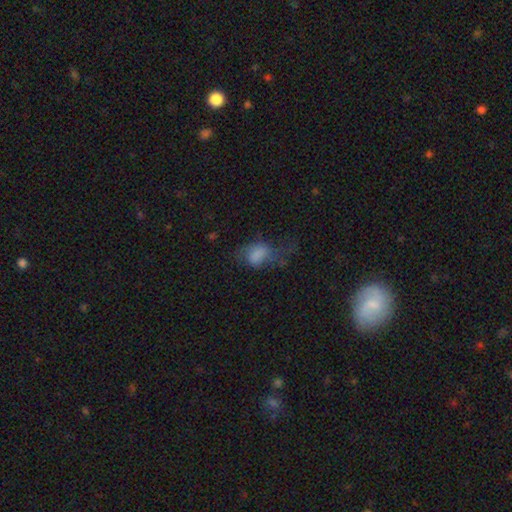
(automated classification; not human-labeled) A smooth galaxy with no disk features (57%) that is in between round and cigar-shaped (78%). Merging: none (36%, tied with major disturbance).